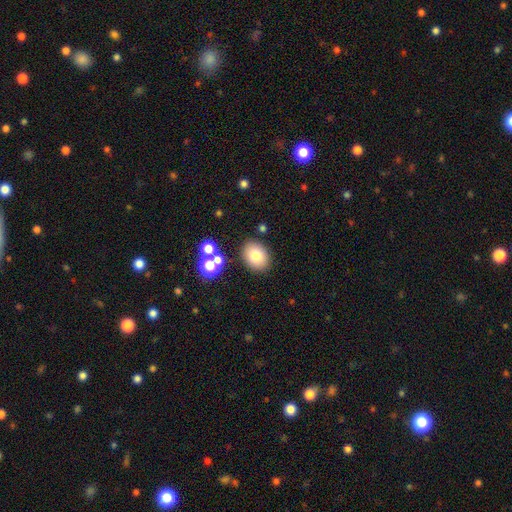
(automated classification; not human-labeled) Overall: smooth (79%). How rounded: in between (59%; round 40%). Merging: none (84%).